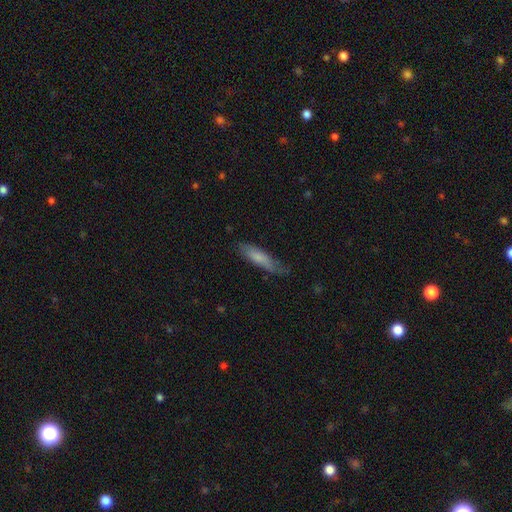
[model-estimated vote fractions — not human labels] Smooth or featured? smooth (67%)
How rounded? cigar-shaped (74%)
Merging? none (68%)